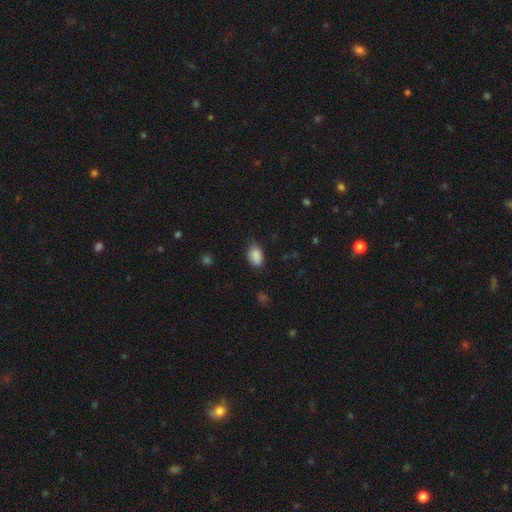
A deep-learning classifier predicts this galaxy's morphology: Q: Smooth or featured?
A: smooth (88%); runner-up: star or artifact (8%)
Q: How rounded?
A: in between (84%); runner-up: round (15%)
Q: Merging?
A: none (71%); runner-up: minor disturbance (23%)